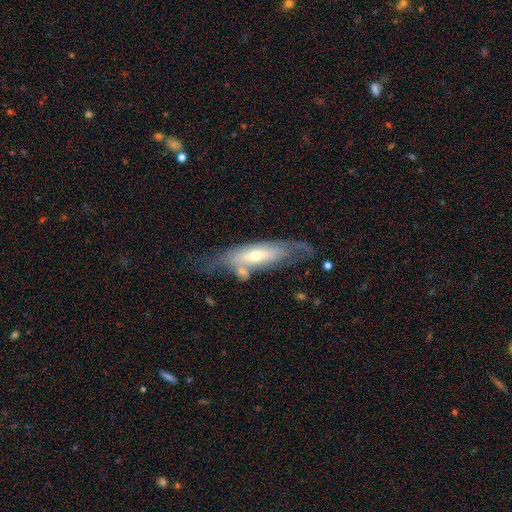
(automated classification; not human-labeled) Smooth or featured: featured or disk — 62% (smooth — 32%)
Edge-on disk: no — 67% (yes — 33%)
Merging: none — 46% (minor disturbance — 23%)